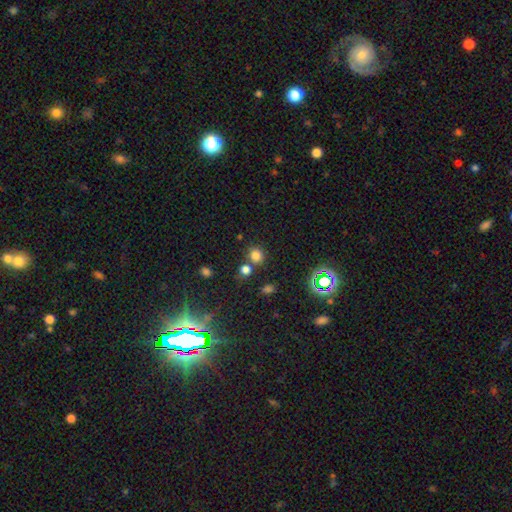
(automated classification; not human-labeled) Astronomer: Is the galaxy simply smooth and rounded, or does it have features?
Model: smooth — 75%.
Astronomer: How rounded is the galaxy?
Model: round — 86%.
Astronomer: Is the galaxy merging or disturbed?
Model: none — 72%.